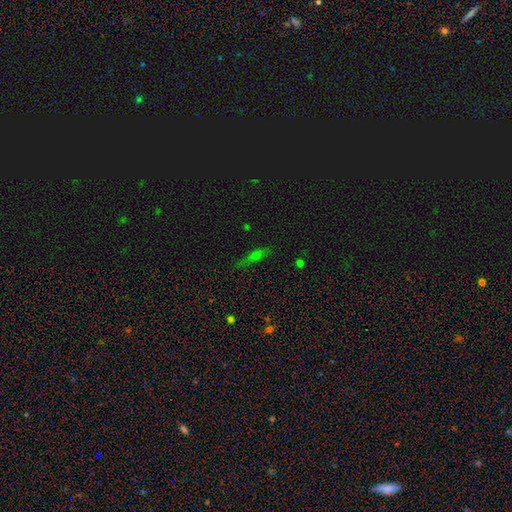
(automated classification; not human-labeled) Smooth or featured? smooth (50%)
How rounded? cigar-shaped (60%)
Merging? none (74%)